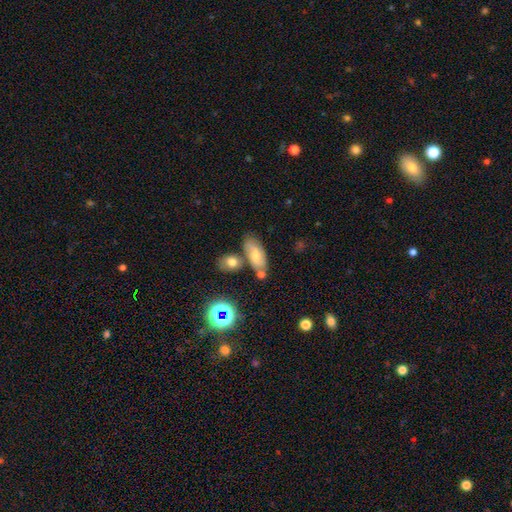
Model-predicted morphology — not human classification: Smooth or featured? Predicted: smooth (p=0.58). How rounded? Predicted: in between (p=0.83). Merging? Predicted: none (p=0.60).